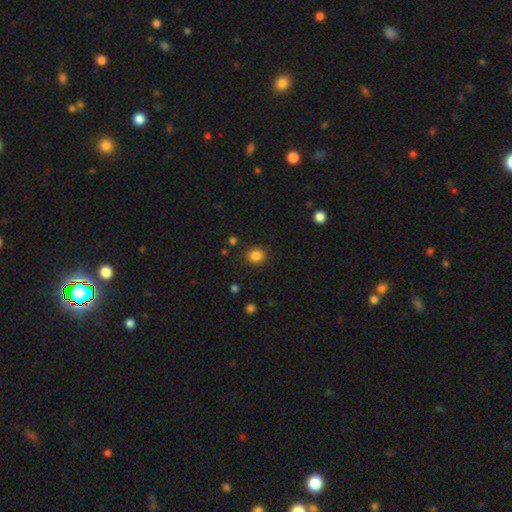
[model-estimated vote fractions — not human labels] Morphology: type=smooth (85%); roundness=round (69%); merging=none (87%).